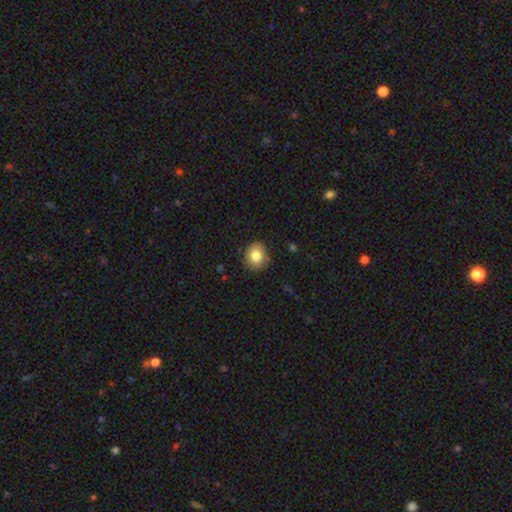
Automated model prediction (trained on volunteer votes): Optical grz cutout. It shows a smooth galaxy with no disk features (80%) that is round (64%). Merging: none (85%).